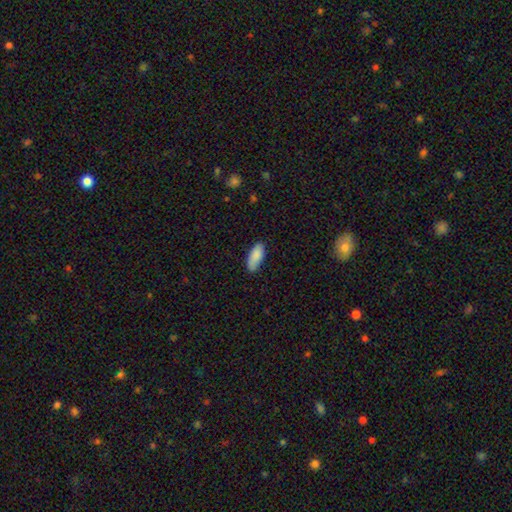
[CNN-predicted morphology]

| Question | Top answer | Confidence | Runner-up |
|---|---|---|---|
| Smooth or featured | smooth | 88% | star or artifact (6%) |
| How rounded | in between | 81% | cigar-shaped (17%) |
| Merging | none | 80% | minor disturbance (16%) |